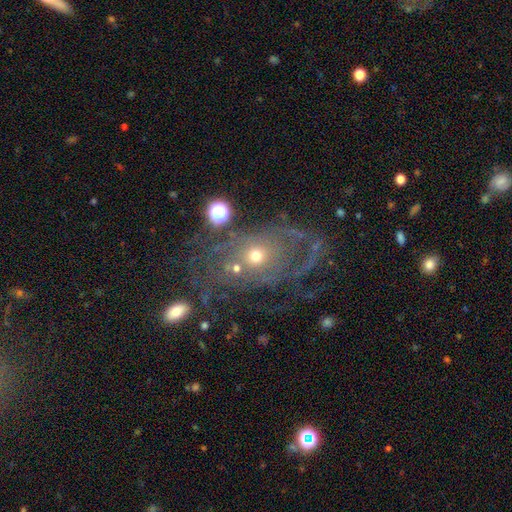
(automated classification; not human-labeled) Smooth or featured: featured or disk — 63% (smooth — 20%)
Edge-on disk: no — 95% (yes — 5%)
Bar: no — 83% (weak — 12%)
Spiral arms: yes — 68% (no — 32%)
Bulge size: small — 61% (moderate — 32%)
Merging: none — 51% (major disturbance — 25%)